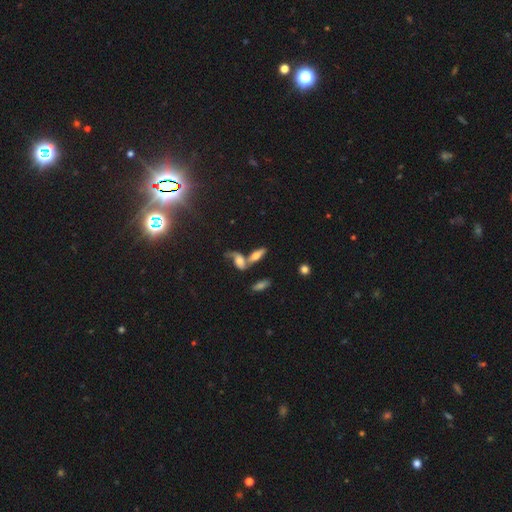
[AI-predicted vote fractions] Smooth or featured? smooth (49%)
Merging? merger (42%)